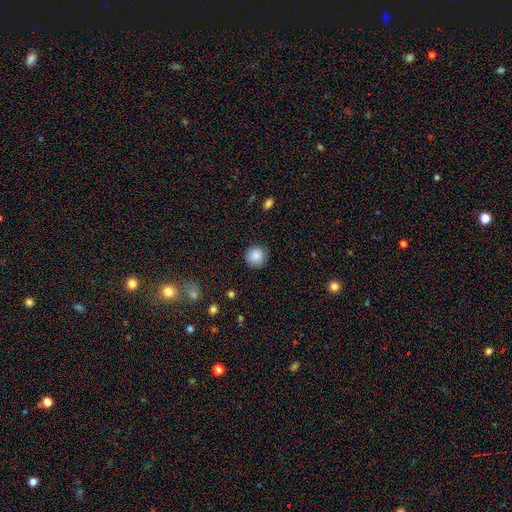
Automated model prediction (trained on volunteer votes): Morphology: type=smooth (86%); roundness=round (94%); merging=none (87%).